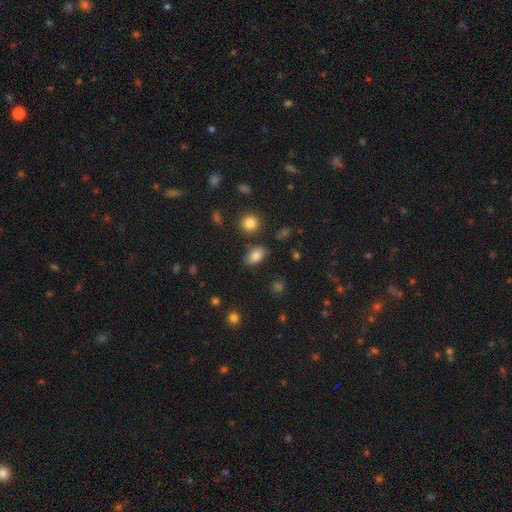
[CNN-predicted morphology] Q: Smooth or featured?
A: smooth (82%); runner-up: star or artifact (9%)
Q: How rounded?
A: in between (88%); runner-up: round (10%)
Q: Merging?
A: none (81%); runner-up: minor disturbance (12%)